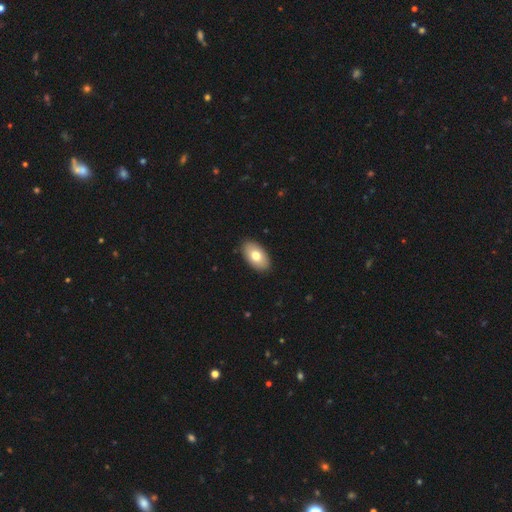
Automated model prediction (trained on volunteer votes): smooth-or-featured: smooth: 75% | featured or disk: 18% | star or artifact: 6%
  how-rounded: in between: 95% | round: 4% | cigar-shaped: 2%
  merging: none: 90% | minor disturbance: 7% | major disturbance: 2% | merger: 1%